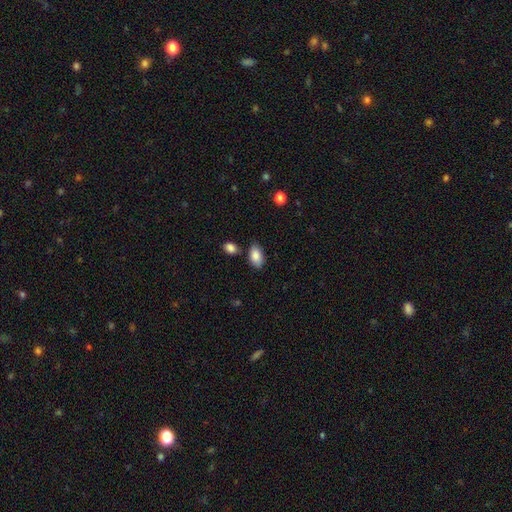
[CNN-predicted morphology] Overall: smooth (87%). How rounded: in between (92%). Merging: none (76%).